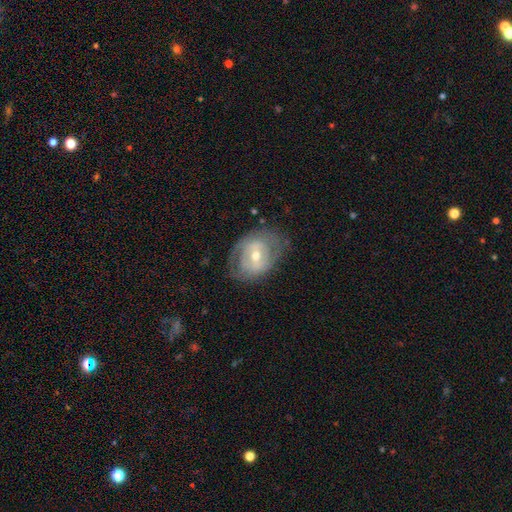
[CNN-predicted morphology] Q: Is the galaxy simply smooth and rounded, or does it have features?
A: featured or disk — 72%.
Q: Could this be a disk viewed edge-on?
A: no — 95%.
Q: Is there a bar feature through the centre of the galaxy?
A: weak — 44%.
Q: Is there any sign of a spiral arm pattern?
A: yes — 66%.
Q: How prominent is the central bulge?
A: moderate — 60%.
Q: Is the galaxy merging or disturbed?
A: none — 68%.